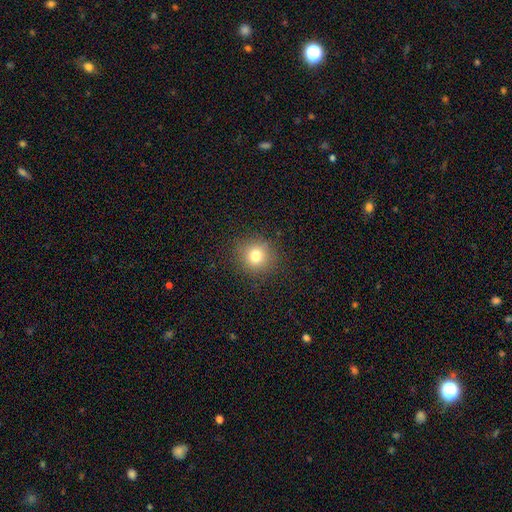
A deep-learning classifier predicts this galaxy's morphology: This is likely a smooth galaxy (77%). How rounded: clearly round (92%). Merging: clearly none (89%).